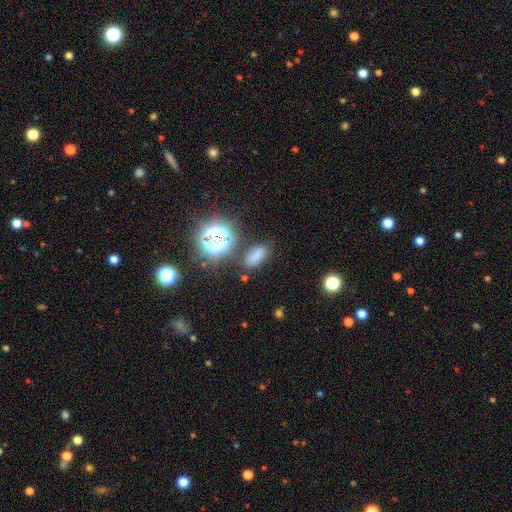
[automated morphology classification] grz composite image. It shows a smooth galaxy with no disk features (66%) that is in between round and cigar-shaped (84%). Merging: none (74%).